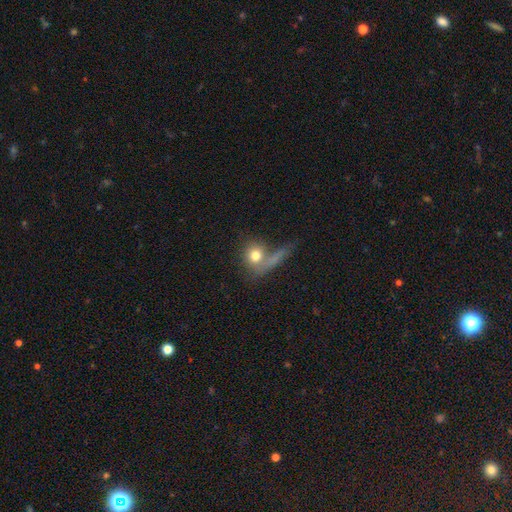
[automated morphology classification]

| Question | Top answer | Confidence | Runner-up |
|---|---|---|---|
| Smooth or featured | smooth | 71% | featured or disk (19%) |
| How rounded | round | 75% | in between (21%) |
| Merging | none | 39% | merger (24%) |